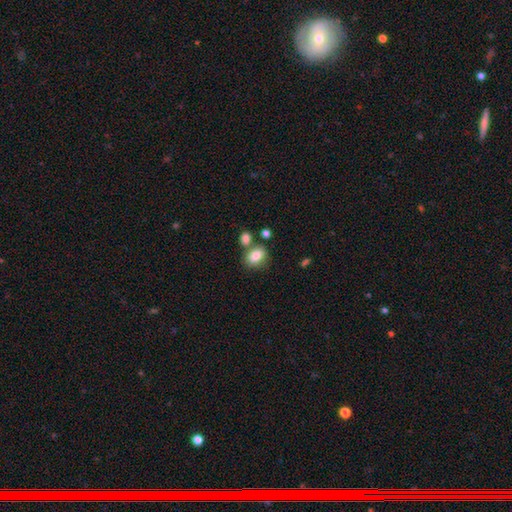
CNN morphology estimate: This appears to be a smooth galaxy with no disk features (81%) that is in between round and cigar-shaped (72%). Merging: none (60%).